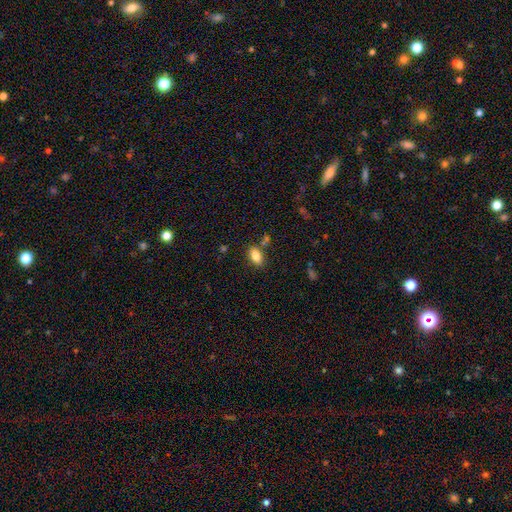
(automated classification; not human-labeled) smooth 84%, star or artifact 9%, featured or disk 7%. Down the decision tree: how rounded — in between (90%); merging — none (78%).